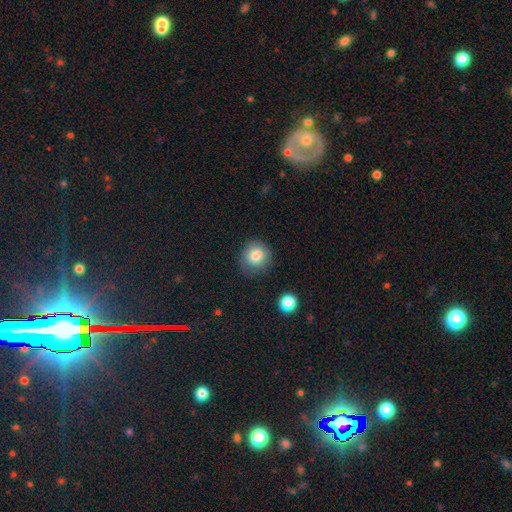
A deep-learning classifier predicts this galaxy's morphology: The model was most divided on "merging": none: 79%, minor disturbance: 15%, major disturbance: 4%, merger: 2%. More confident: how rounded — round (88%); smooth or featured — smooth (82%).